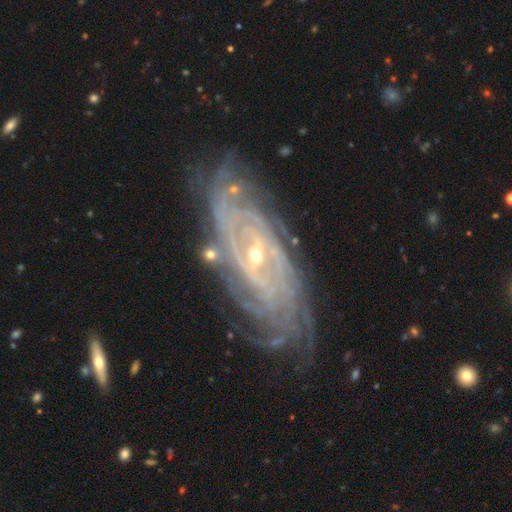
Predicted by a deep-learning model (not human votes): smooth-or-featured: featured or disk: 92% | star or artifact: 5% | smooth: 4%
  disk-edge-on: no: 93% | yes: 7%
    bar: weak: 40% | strong: 31% | no: 29%
    has-spiral-arms: yes: 98% | no: 2%
      spiral-winding: tight: 80% | medium: 16% | loose: 3%
      spiral-arm-count: can't tell: 27% | more than 4: 22% | 4: 19% | 2: 12% | 3: 12% | 1: 7%
    bulge-size: small: 70% | moderate: 27% | large: 1% | none: 1% | dominant: 1%
  merging: none: 71% | minor disturbance: 19% | major disturbance: 8% | merger: 3%